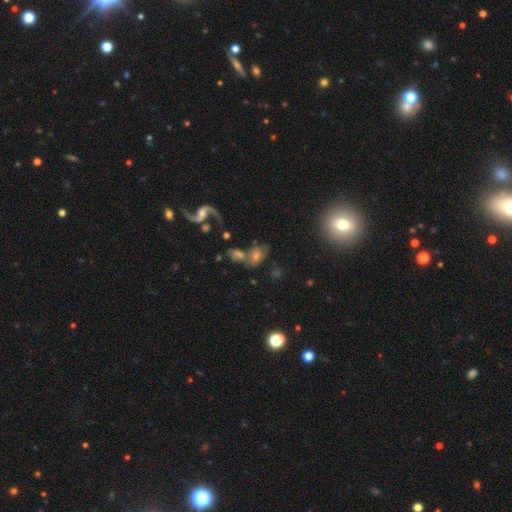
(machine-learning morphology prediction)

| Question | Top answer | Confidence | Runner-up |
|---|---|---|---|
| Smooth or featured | star or artifact | 43% | featured or disk (32%) |